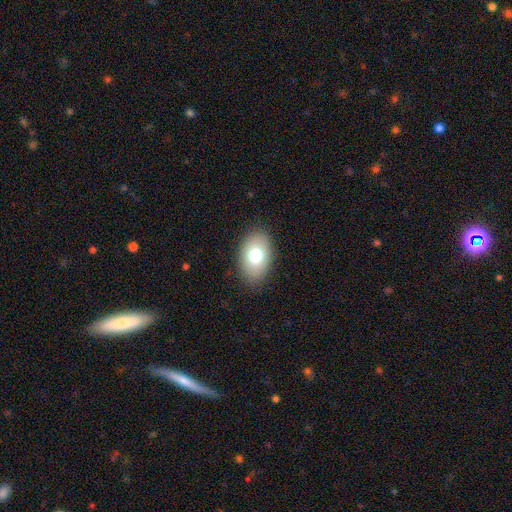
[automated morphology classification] The model was most divided on "smooth or featured": smooth: 75%, featured or disk: 17%, star or artifact: 9%. More confident: how rounded — in between (88%); merging — none (86%).